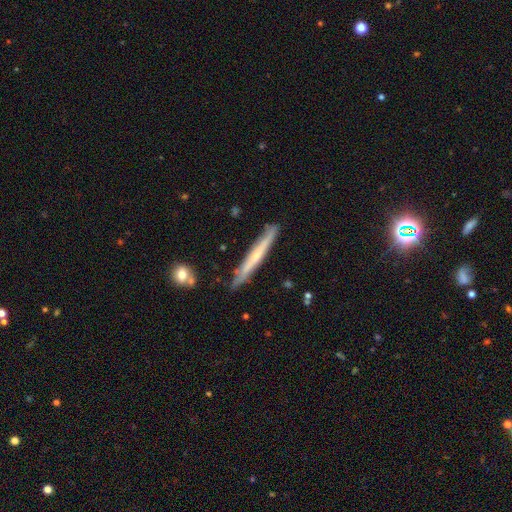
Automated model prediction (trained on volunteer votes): smooth_or_featured: featured or disk (p=0.55) [alt: smooth p=0.39]
disk_edge_on: yes (p=0.91) [alt: no p=0.09]
edge_on_bulge: none (p=0.60) [alt: rounded p=0.35]
merging: none (p=0.84) [alt: minor disturbance p=0.12]